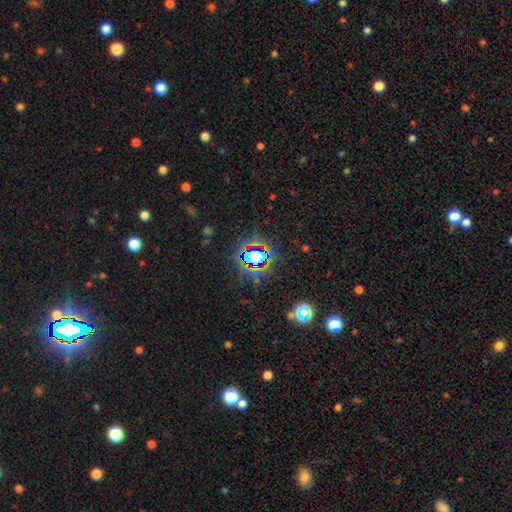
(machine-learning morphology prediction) Q: Smooth or featured?
A: star or artifact (69%); runner-up: smooth (20%)